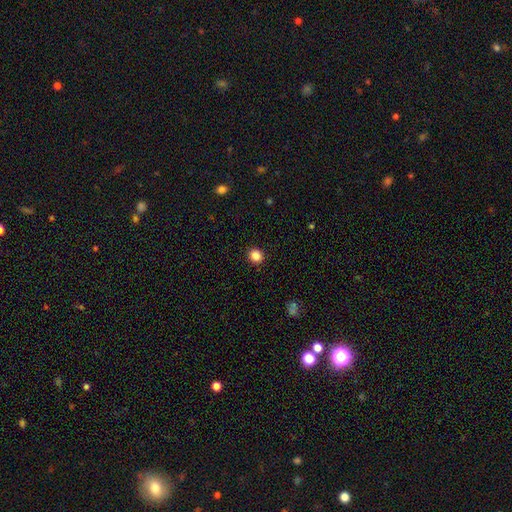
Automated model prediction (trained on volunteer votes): A smooth galaxy with no disk features (86%) that is round (82%). Merging: none (91%).